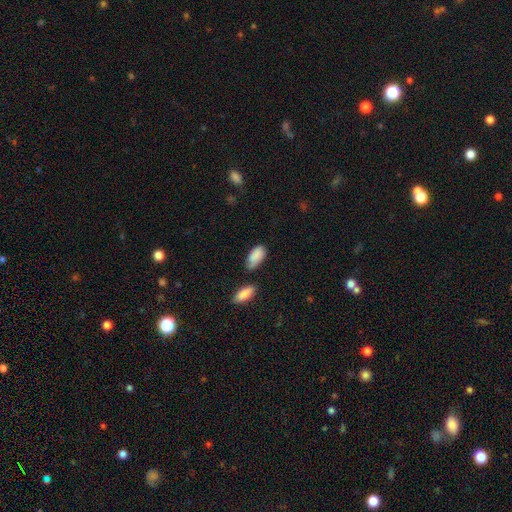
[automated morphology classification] This is clearly a smooth galaxy (86%). How rounded: clearly in between (92%). Merging: possibly none (52%).